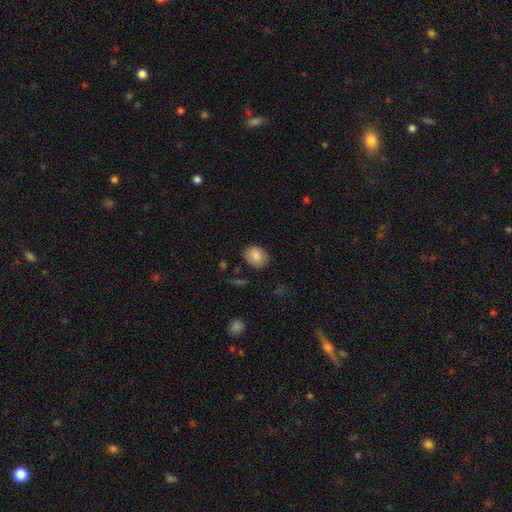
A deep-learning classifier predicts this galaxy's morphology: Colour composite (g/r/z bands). It shows a smooth galaxy with no disk features (86%) that is in between round and cigar-shaped (59%). Merging: none (82%).